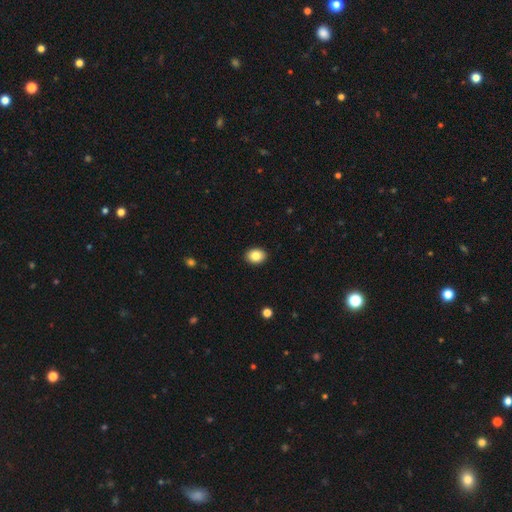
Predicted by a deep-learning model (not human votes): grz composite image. It shows a smooth galaxy with no disk features (85%) that is in between round and cigar-shaped (58%). Merging: none (91%).